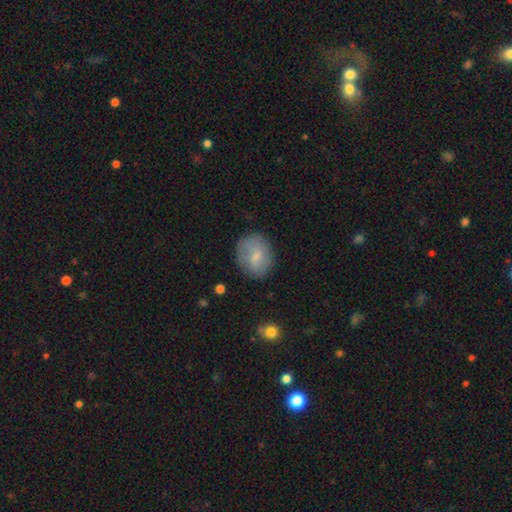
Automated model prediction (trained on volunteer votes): Smooth or featured? Predicted: smooth (p=0.72). How rounded? Predicted: round (p=0.57). Merging? Predicted: none (p=0.73).